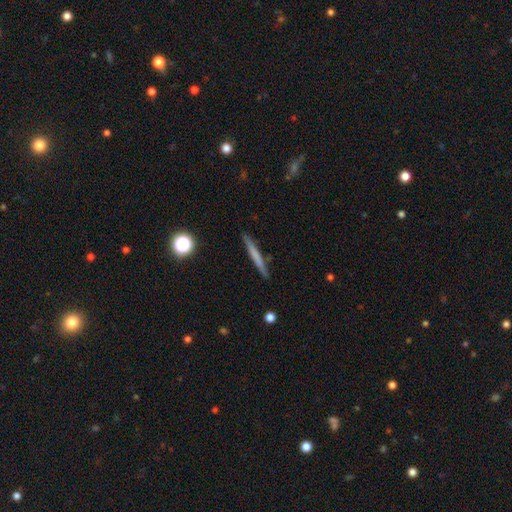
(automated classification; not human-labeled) smooth_or_featured: smooth (p=0.57) [alt: featured or disk p=0.36]
how_rounded: cigar-shaped (p=0.95) [alt: in between p=0.03]
merging: none (p=0.89) [alt: minor disturbance p=0.08]